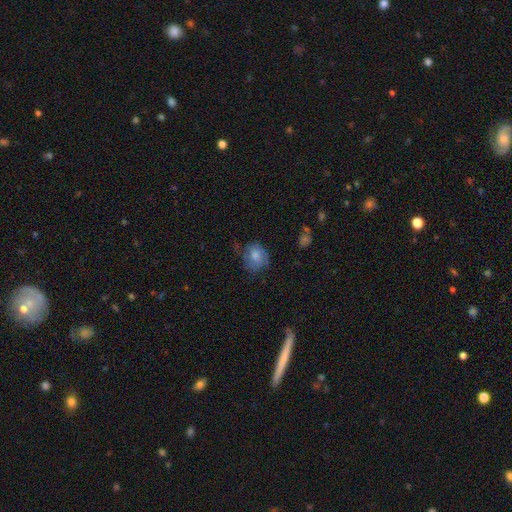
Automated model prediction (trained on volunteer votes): smooth-or-featured: smooth: 62% | featured or disk: 29% | star or artifact: 9%
  how-rounded: round: 61% | in between: 38% | cigar-shaped: 1%
  merging: none: 49% | minor disturbance: 29% | major disturbance: 20% | merger: 2%